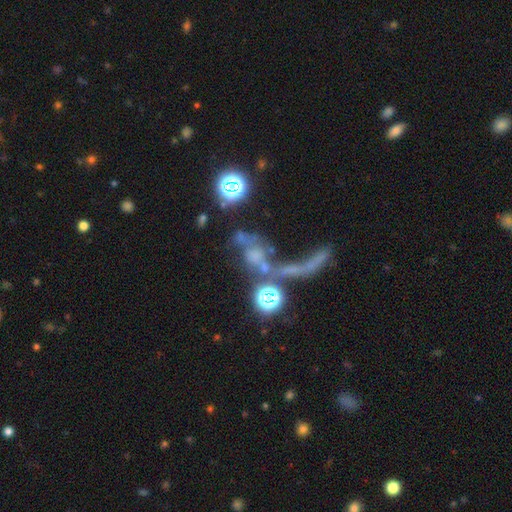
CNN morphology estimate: A smooth galaxy with no disk features (38%). Merging: merger (41%).